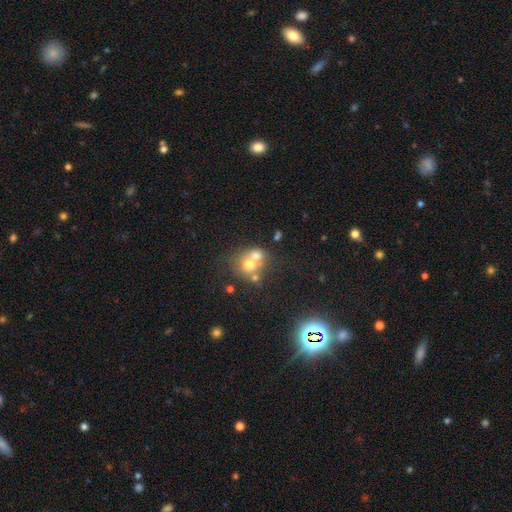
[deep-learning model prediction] smooth-or-featured: smooth: 63% | featured or disk: 25% | star or artifact: 12%
  how-rounded: round: 74% | in between: 25% | cigar-shaped: 1%
  merging: merger: 60% | none: 29% | minor disturbance: 7% | major disturbance: 4%